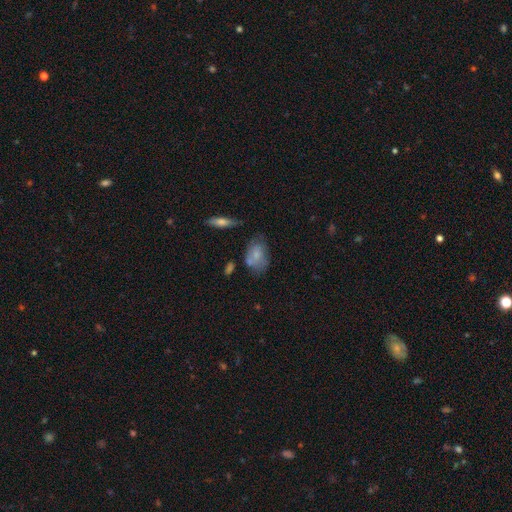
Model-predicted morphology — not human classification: A smooth galaxy with no disk features (69%) that is in between round and cigar-shaped (85%).

Vote fractions:
- Smooth or featured? smooth: 69% / featured or disk: 23% / star or artifact: 8%
- How rounded? in between: 85% / round: 12% / cigar-shaped: 3%
- Merging? none: 48% / minor disturbance: 28% / merger: 13% / major disturbance: 11%